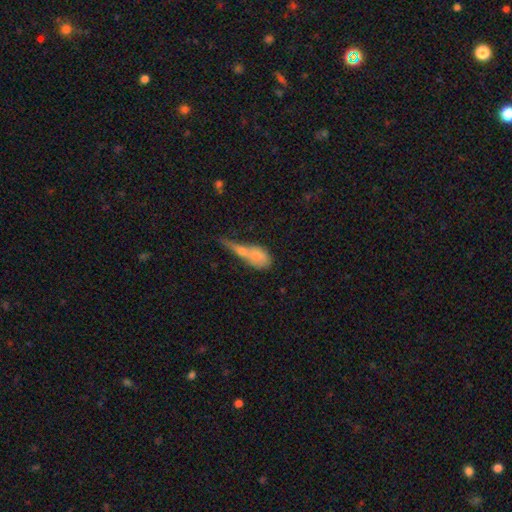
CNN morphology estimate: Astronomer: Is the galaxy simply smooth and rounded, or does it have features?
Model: smooth — 65%.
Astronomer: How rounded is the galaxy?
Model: in between — 68%.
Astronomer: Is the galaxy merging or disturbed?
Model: merger — 50%.